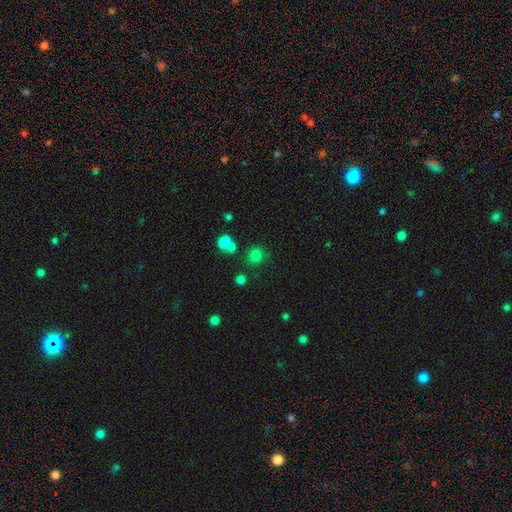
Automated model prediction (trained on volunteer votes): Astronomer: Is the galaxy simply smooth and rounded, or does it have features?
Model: smooth — 77%.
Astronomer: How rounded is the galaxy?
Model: round — 86%.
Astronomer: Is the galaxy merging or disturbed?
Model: none — 73%.